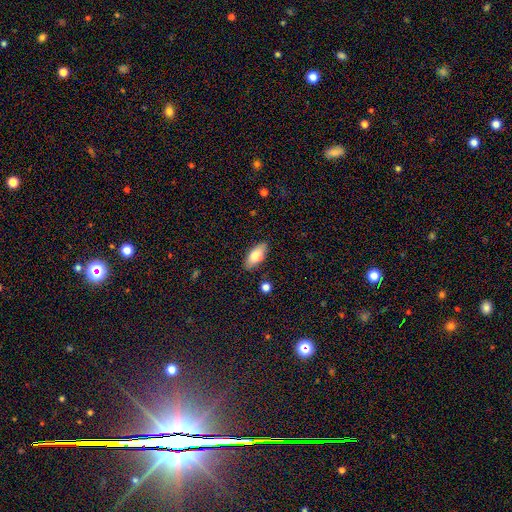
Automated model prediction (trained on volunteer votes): The model was most divided on "smooth or featured": smooth: 78%, featured or disk: 15%, star or artifact: 7%. More confident: merging — none (85%); how rounded — in between (84%).